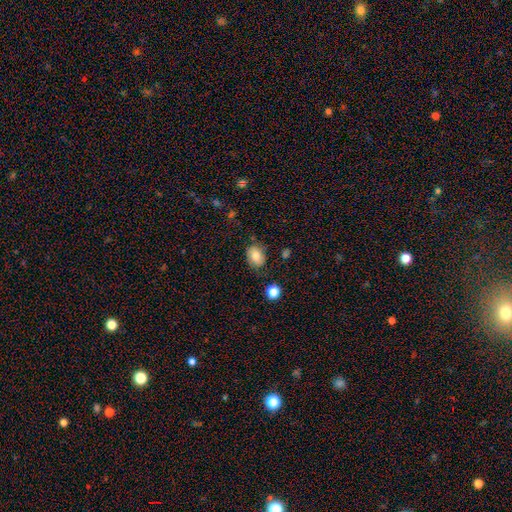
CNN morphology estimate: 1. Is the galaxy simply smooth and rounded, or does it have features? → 73% smooth, 18% featured or disk, 10% star or artifact.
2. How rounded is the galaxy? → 65% in between, 34% round, 1% cigar-shaped.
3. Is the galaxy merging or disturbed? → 74% none, 19% minor disturbance, 5% major disturbance, 2% merger.